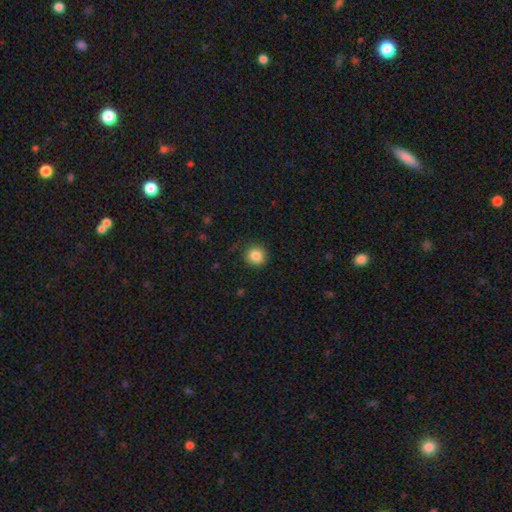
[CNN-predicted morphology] Q: Smooth or featured?
A: smooth (85%); runner-up: star or artifact (10%)
Q: How rounded?
A: round (91%); runner-up: in between (8%)
Q: Merging?
A: none (86%); runner-up: minor disturbance (10%)